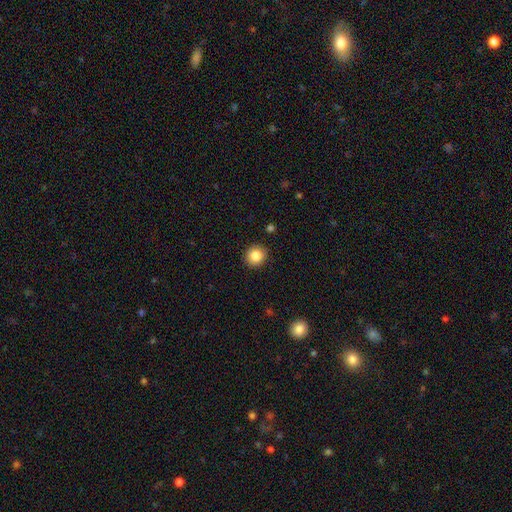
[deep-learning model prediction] Smooth or featured? Predicted: smooth (p=0.85). How rounded? Predicted: round (p=0.87). Merging? Predicted: none (p=0.91).